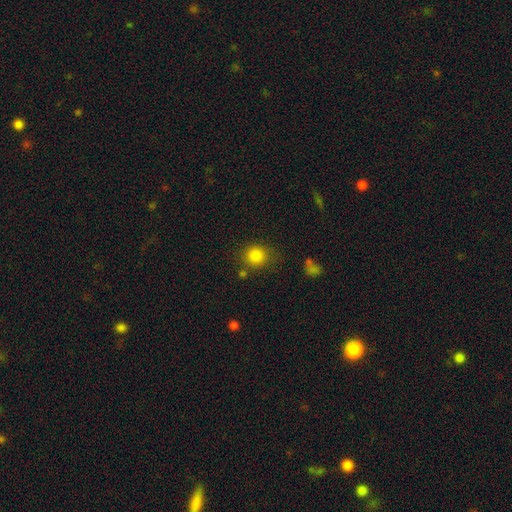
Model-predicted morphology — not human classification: smooth-or-featured: smooth: 84% | star or artifact: 11% | featured or disk: 5%
  how-rounded: round: 84% | in between: 15% | cigar-shaped: 1%
  merging: none: 76% | minor disturbance: 13% | merger: 6% | major disturbance: 5%